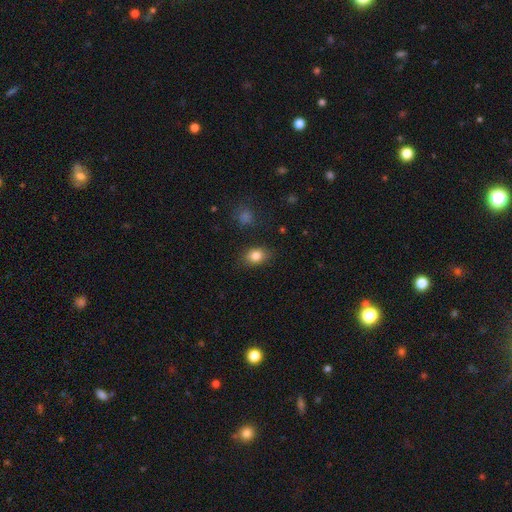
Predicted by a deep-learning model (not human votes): The model was most divided on "how rounded": in between: 69%, round: 30%, cigar-shaped: 1%. More confident: smooth or featured — smooth (83%); merging — none (83%).